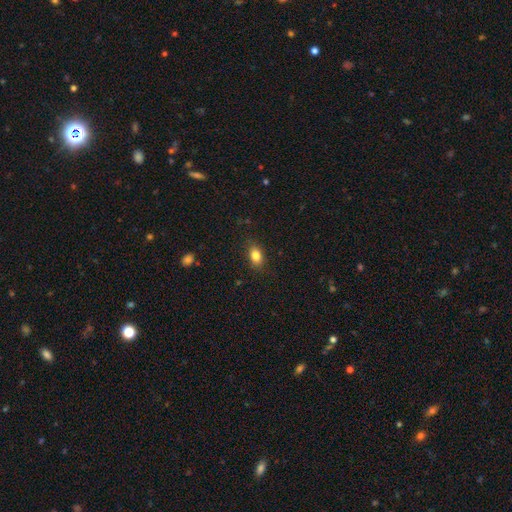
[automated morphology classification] The model was most divided on "how rounded": in between: 82%, round: 16%, cigar-shaped: 2%. More confident: merging — none (86%); smooth or featured — smooth (84%).